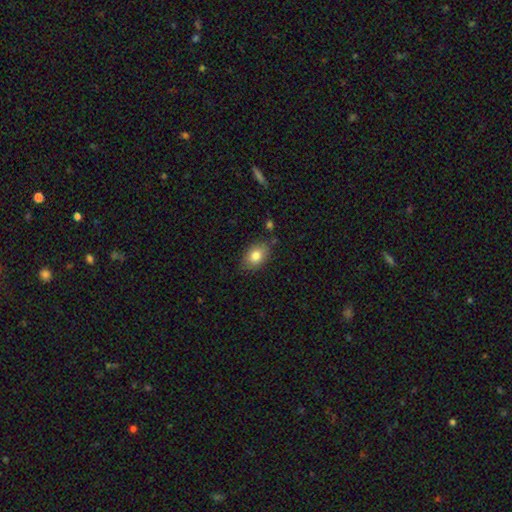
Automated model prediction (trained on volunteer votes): Q: Smooth or featured?
A: smooth (82%); runner-up: featured or disk (10%)
Q: How rounded?
A: in between (82%); runner-up: round (17%)
Q: Merging?
A: none (79%); runner-up: minor disturbance (15%)